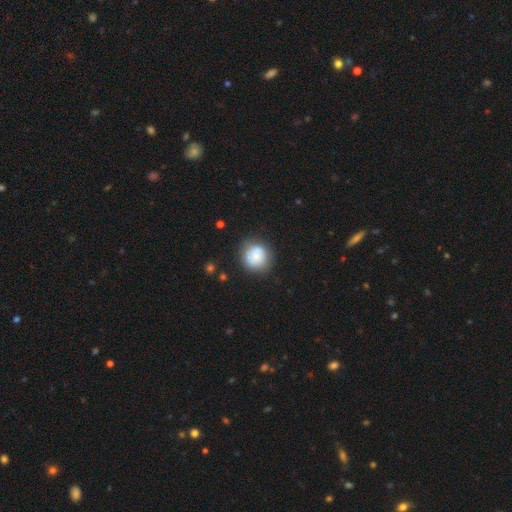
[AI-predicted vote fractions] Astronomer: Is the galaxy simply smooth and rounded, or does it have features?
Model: smooth — 71%.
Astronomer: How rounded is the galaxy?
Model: round — 87%.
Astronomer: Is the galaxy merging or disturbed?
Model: none — 68%.